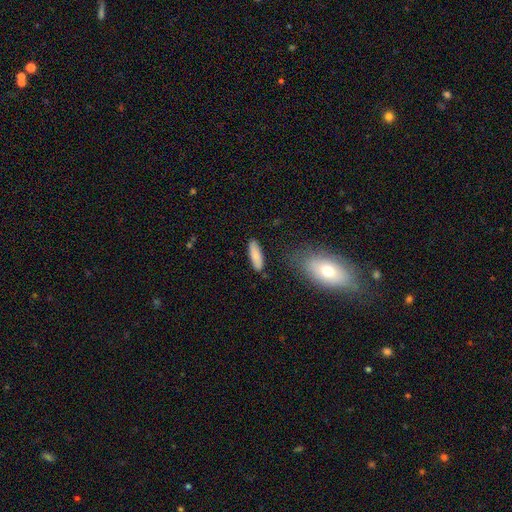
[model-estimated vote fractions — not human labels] Overall: smooth (83%). How rounded: cigar-shaped (49%, tied with in between). Merging: none (82%).